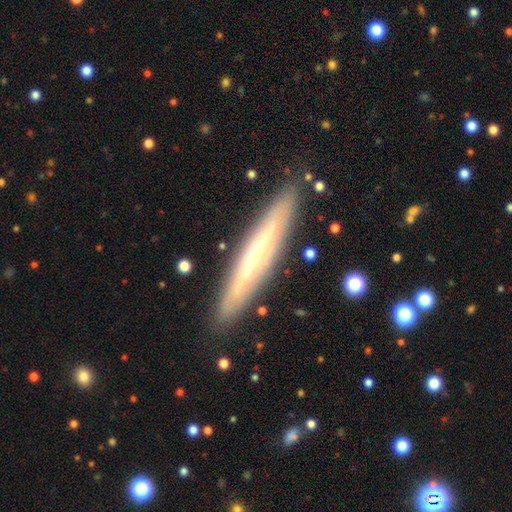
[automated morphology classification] smooth-or-featured: featured or disk: 62% | smooth: 31% | star or artifact: 7%
  disk-edge-on: yes: 86% | no: 14%
    edge-on-bulge: rounded: 62% | none: 35% | boxy: 3%
  merging: none: 89% | minor disturbance: 8% | major disturbance: 2% | merger: 1%